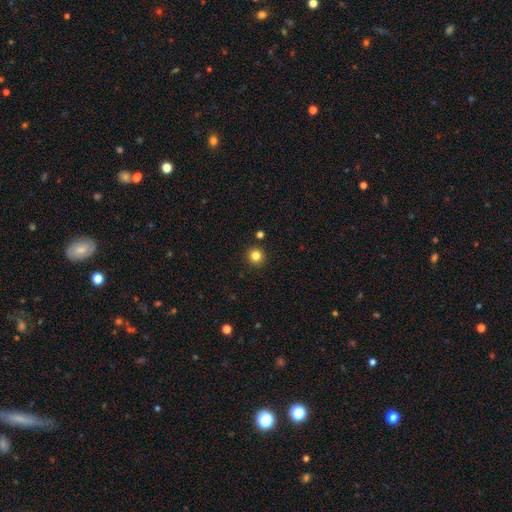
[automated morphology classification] Overall: smooth (82%). How rounded: round (94%). Merging: none (91%).